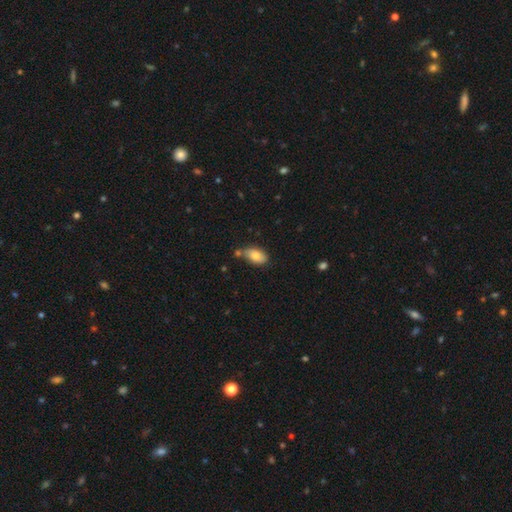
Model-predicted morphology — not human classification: type=smooth (81%); roundness=in between (92%); merging=none (61%).